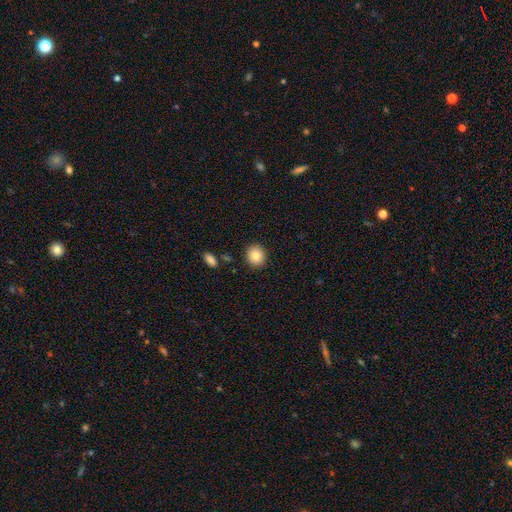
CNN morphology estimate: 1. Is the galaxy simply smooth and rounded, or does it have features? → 85% smooth, 9% star or artifact, 6% featured or disk.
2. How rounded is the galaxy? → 78% round, 21% in between, 1% cigar-shaped.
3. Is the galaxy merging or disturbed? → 89% none, 7% minor disturbance, 2% major disturbance, 2% merger.